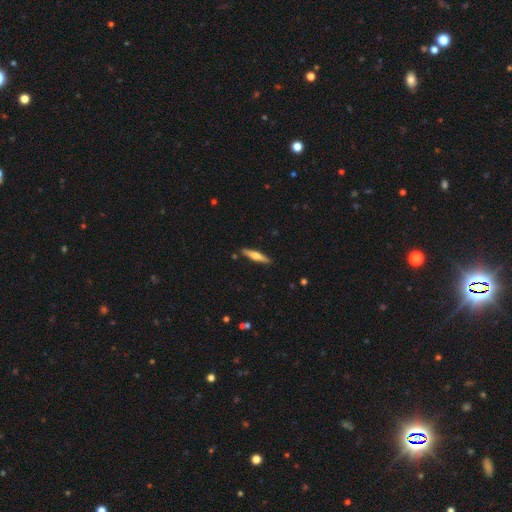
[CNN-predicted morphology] Smooth or featured? Predicted: featured or disk (p=0.48). Merging? Predicted: none (p=0.89).